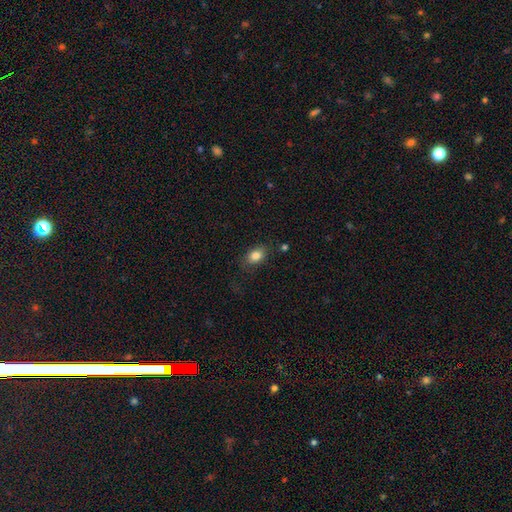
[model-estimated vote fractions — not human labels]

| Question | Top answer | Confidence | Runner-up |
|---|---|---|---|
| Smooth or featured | smooth | 83% | star or artifact (9%) |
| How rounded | in between | 75% | round (23%) |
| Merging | none | 76% | minor disturbance (16%) |